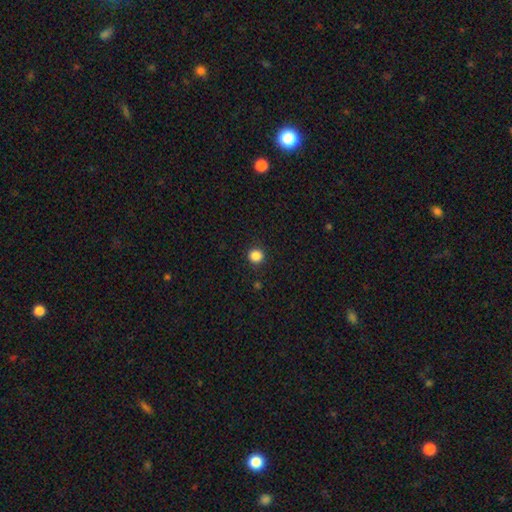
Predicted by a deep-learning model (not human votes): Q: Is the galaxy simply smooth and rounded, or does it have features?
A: smooth — 86%.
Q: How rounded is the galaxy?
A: round — 90%.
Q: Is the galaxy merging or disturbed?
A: none — 92%.